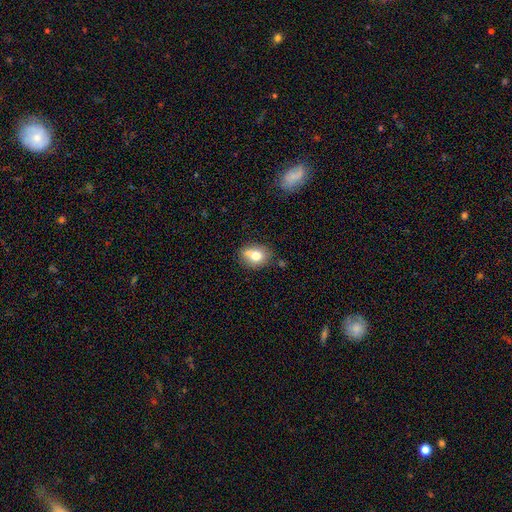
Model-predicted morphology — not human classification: Q: Smooth or featured?
A: smooth (72%); runner-up: featured or disk (18%)
Q: How rounded?
A: in between (53%); runner-up: round (46%)
Q: Merging?
A: none (59%); runner-up: minor disturbance (20%)